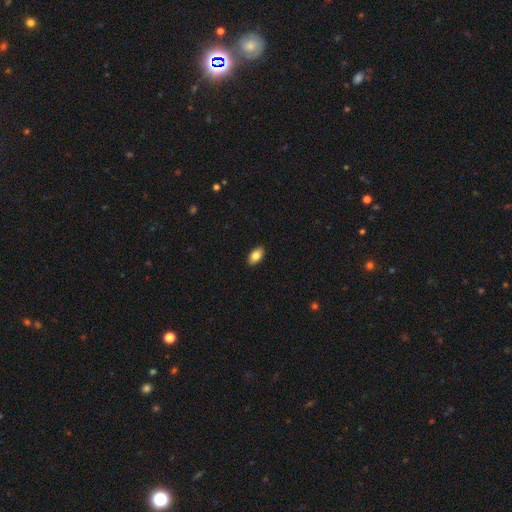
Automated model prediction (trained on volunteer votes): Smooth or featured?
  - smooth: 84% *
  - featured or disk: 8%
  - star or artifact: 7%
How rounded?
  - in between: 93% *
  - round: 6%
  - cigar-shaped: 2%
Merging?
  - none: 90% *
  - minor disturbance: 7%
  - major disturbance: 2%
  - merger: 1%